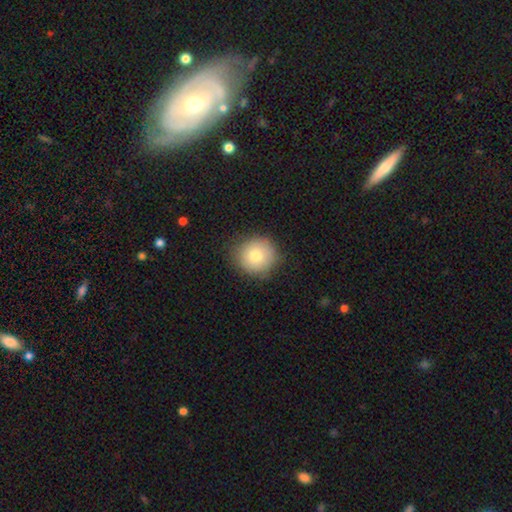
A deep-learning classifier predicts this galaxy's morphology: smooth_or_featured: smooth (p=0.77) [alt: featured or disk p=0.13]
how_rounded: round (p=0.91) [alt: in between p=0.08]
merging: none (p=0.84) [alt: minor disturbance p=0.12]